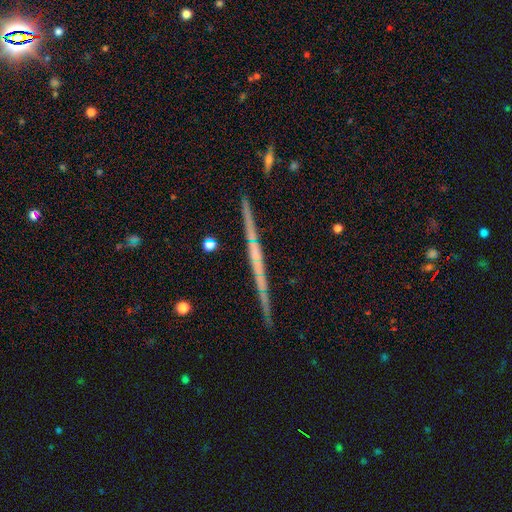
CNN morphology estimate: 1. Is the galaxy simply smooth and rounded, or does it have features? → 76% featured or disk, 17% smooth, 7% star or artifact.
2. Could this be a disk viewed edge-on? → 98% yes, 2% no.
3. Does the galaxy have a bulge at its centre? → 68% none, 25% rounded, 7% boxy.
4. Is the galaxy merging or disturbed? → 91% none, 6% minor disturbance, 2% merger, 1% major disturbance.